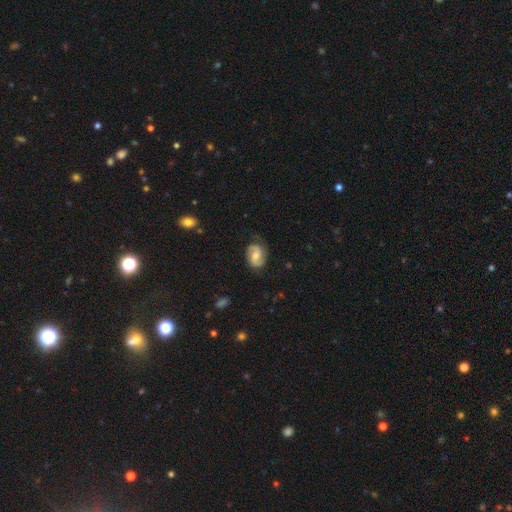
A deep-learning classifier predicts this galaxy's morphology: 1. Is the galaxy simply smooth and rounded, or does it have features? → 79% featured or disk, 15% smooth, 6% star or artifact.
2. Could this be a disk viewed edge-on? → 98% no, 2% yes.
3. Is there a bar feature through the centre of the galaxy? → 44% no, 43% weak, 13% strong.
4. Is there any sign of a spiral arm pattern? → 95% yes, 5% no.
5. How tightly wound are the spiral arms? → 47% medium, 30% loose, 23% tight.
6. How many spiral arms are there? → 91% 2, 4% can't tell, 2% 1, 1% 3, 1% 4, 1% more than 4.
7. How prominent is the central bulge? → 58% moderate, 34% small, 4% none, 4% large, 1% dominant.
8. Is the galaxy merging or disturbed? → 78% none, 16% minor disturbance, 5% major disturbance, 1% merger.